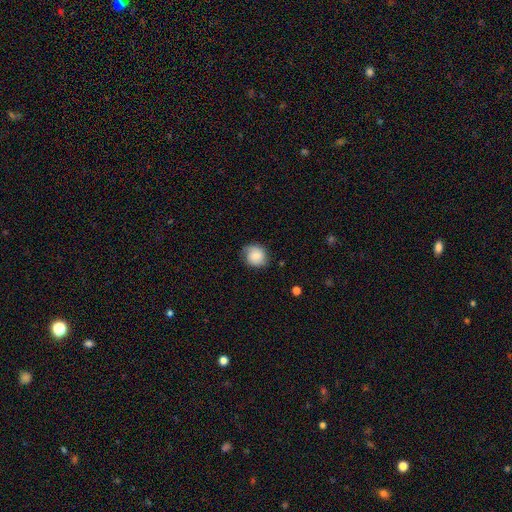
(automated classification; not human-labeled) A smooth galaxy with no disk features (79%) that is round (76%). Merging: none (72%).